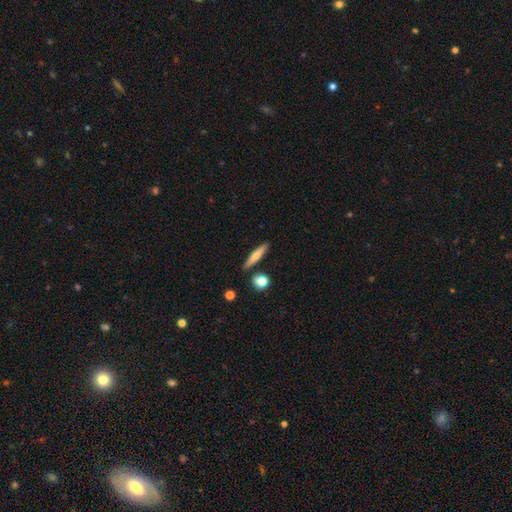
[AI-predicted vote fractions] Overall: smooth (54%; featured or disk 39%). How rounded: cigar-shaped (85%). Merging: none (84%).